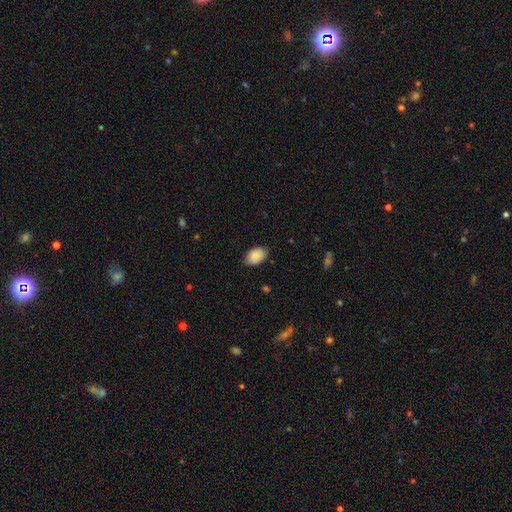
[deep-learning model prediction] smooth_or_featured: smooth (p=0.89) [alt: star or artifact p=0.07]
how_rounded: in between (p=0.89) [alt: round p=0.10]
merging: none (p=0.84) [alt: minor disturbance p=0.13]